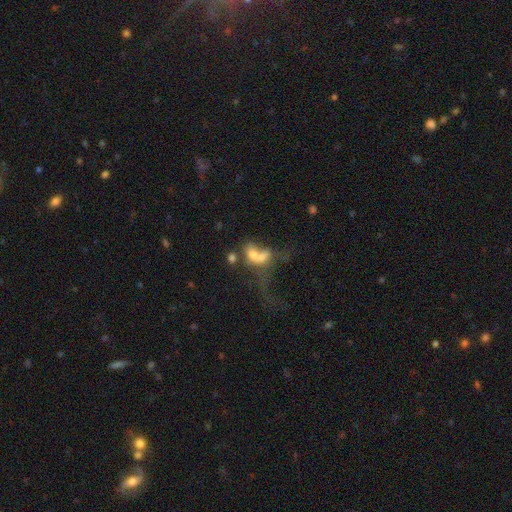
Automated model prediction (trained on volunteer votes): smooth_or_featured: smooth (p=0.54) [alt: featured or disk p=0.33]
how_rounded: in between (p=0.72) [alt: round p=0.25]
merging: merger (p=0.61) [alt: major disturbance p=0.22]